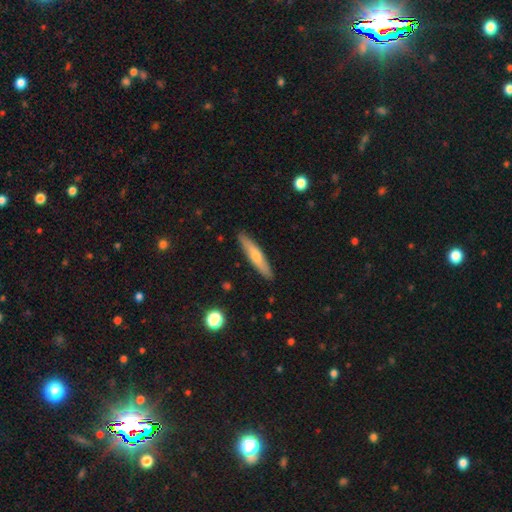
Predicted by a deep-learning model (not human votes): Smooth or featured? smooth (54%)
How rounded? cigar-shaped (88%)
Merging? none (90%)